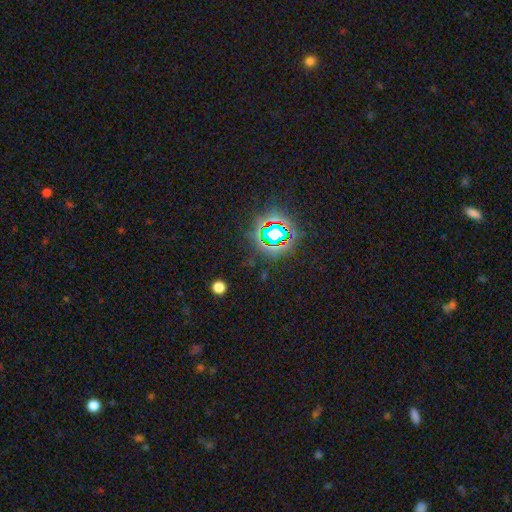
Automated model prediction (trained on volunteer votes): Q: Smooth or featured?
A: star or artifact (81%); runner-up: smooth (12%)